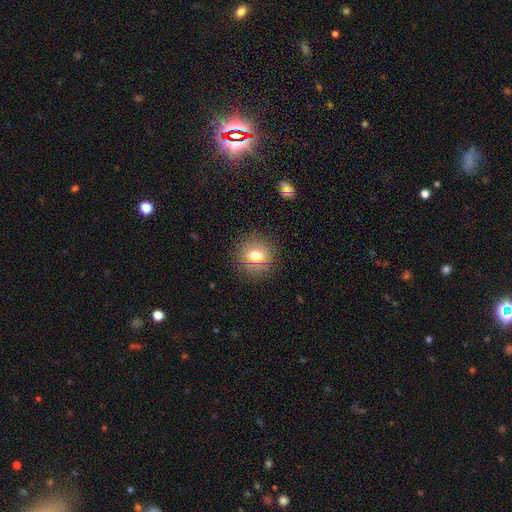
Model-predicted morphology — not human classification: Smooth or featured? smooth (65%)
How rounded? round (80%)
Merging? none (87%)